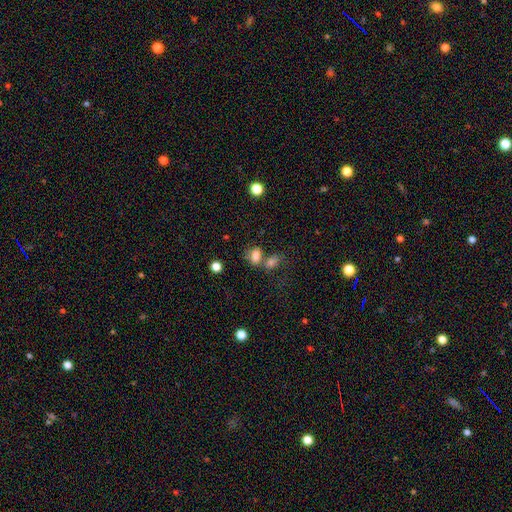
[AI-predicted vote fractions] Smooth or featured? Predicted: smooth (p=0.78). How rounded? Predicted: in between (p=0.80). Merging? Predicted: merger (p=0.42).